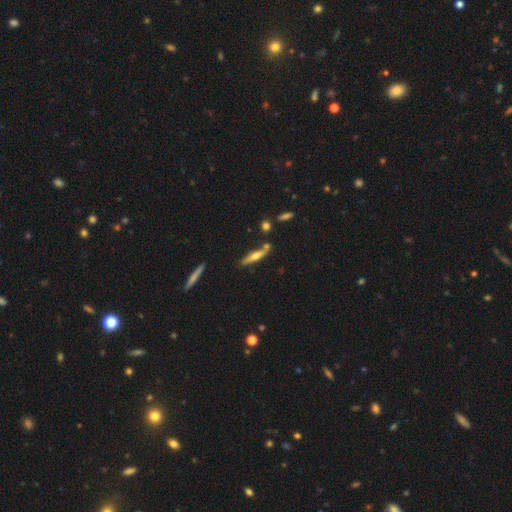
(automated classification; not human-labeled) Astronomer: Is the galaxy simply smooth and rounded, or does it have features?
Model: featured or disk — 52% (runner-up: smooth, 41%).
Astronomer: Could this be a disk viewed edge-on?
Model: yes — 92%.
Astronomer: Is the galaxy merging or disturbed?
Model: none — 72%.